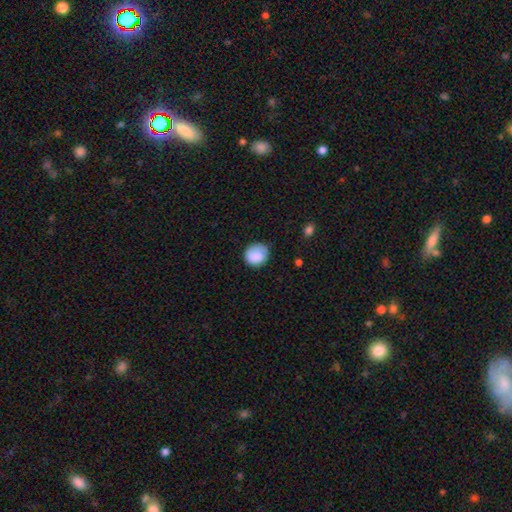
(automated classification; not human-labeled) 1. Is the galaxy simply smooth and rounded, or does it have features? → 86% smooth, 7% star or artifact, 6% featured or disk.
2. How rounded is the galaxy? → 79% round, 20% in between, 1% cigar-shaped.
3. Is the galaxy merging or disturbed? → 75% none, 19% minor disturbance, 5% major disturbance, 1% merger.